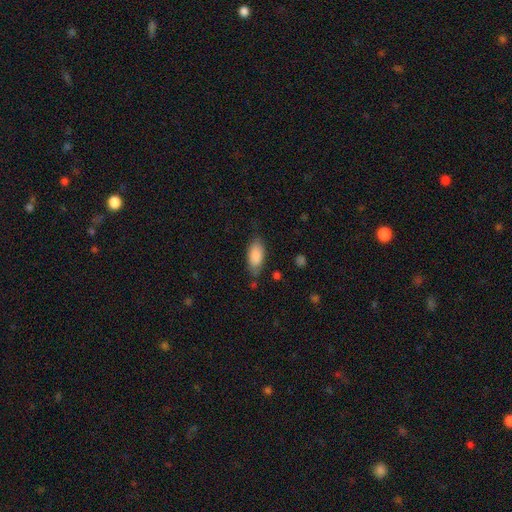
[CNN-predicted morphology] A smooth galaxy with no disk features (86%) that is in between round and cigar-shaped (90%).

Vote fractions:
- Smooth or featured? smooth: 86% / featured or disk: 8% / star or artifact: 6%
- How rounded? in between: 90% / cigar-shaped: 8% / round: 2%
- Merging? none: 68% / minor disturbance: 23% / major disturbance: 6% / merger: 2%